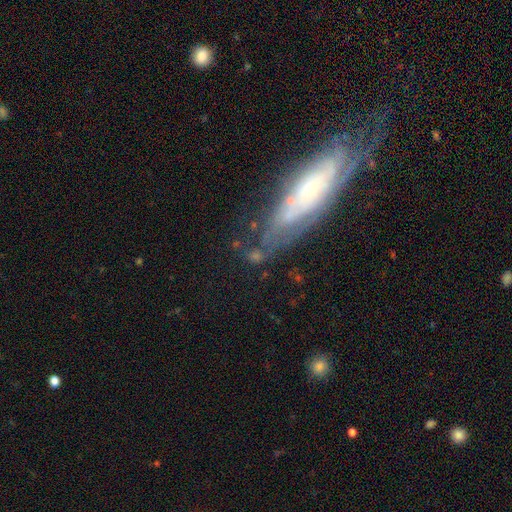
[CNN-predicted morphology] The model was most divided on "smooth or featured": featured or disk: 52%, smooth: 34%, star or artifact: 14%. More confident: edge-on disk — no (68%); merging — none (58%).